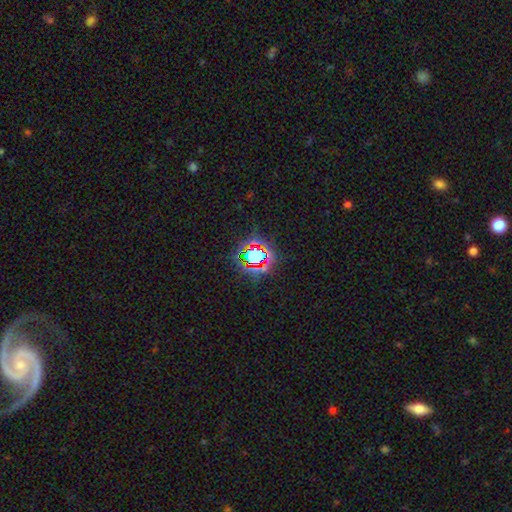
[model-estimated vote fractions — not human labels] This is likely a star or artifact rather than a galaxy (67%).